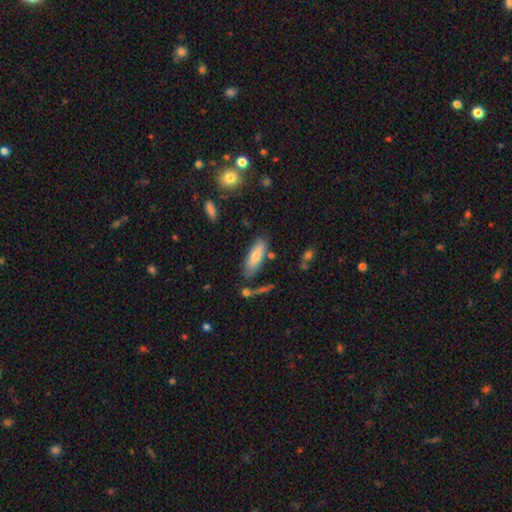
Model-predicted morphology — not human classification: Smooth or featured? Predicted: smooth (p=0.73). How rounded? Predicted: in between (p=0.56). Merging? Predicted: none (p=0.74).